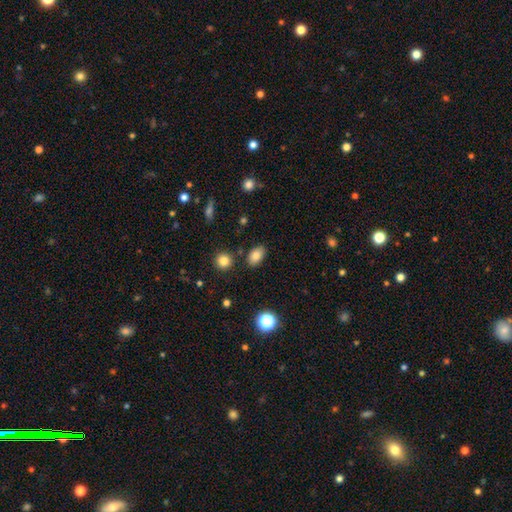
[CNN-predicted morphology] smooth-or-featured: smooth: 83% | star or artifact: 10% | featured or disk: 7%
  how-rounded: in between: 87% | round: 11% | cigar-shaped: 2%
  merging: none: 83% | minor disturbance: 10% | merger: 4% | major disturbance: 3%